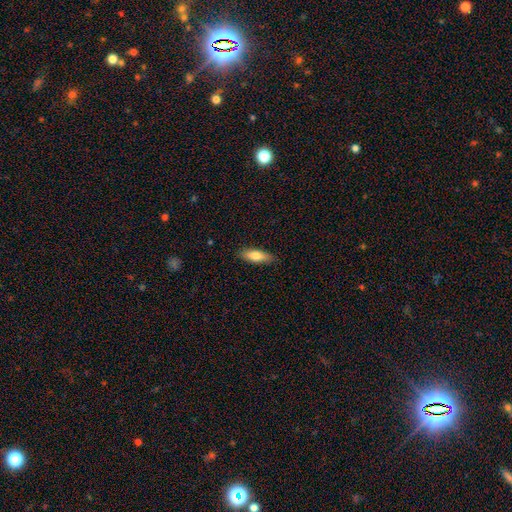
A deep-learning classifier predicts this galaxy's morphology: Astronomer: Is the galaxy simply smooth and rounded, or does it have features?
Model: smooth — 76%.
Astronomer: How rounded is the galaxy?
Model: in between — 59% (runner-up: cigar-shaped, 39%).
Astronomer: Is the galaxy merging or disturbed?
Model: none — 87%.